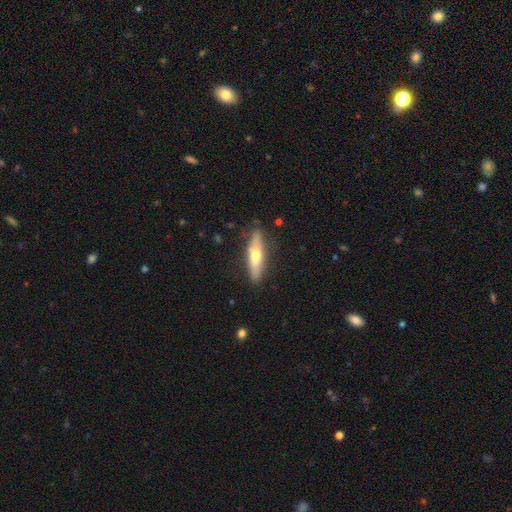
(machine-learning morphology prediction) The model was most divided on "smooth or featured": smooth: 49%, featured or disk: 45%, star or artifact: 6%. More confident: merging — none (84%).